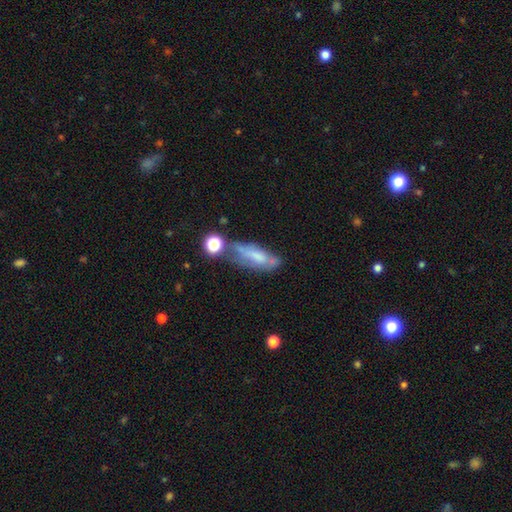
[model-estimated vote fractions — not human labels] This is marginally a featured or disk galaxy (45%). Merging: marginally none (35%).